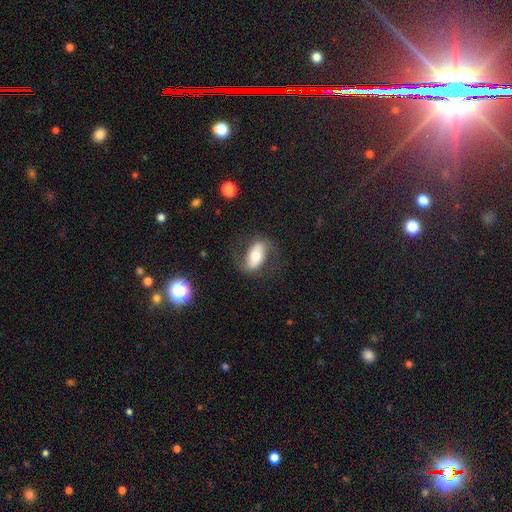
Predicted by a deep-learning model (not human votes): Smooth or featured: featured or disk — 56% (smooth — 37%)
Edge-on disk: no — 90% (yes — 10%)
Bar: strong — 41% (no — 33%)
Spiral arms: yes — 77% (no — 23%)
Bulge size: moderate — 64% (small — 16%)
Merging: none — 68% (minor disturbance — 18%)